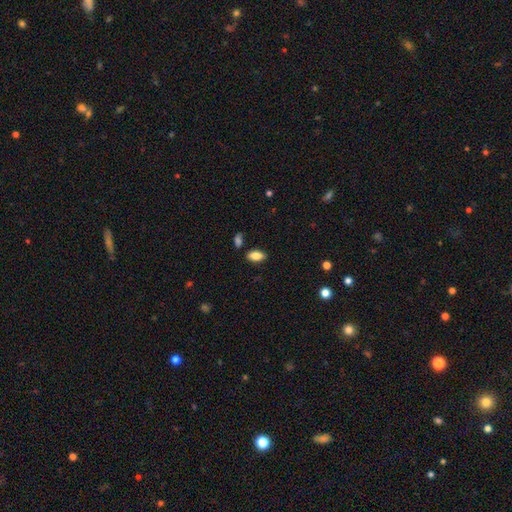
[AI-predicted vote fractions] Smooth or featured? smooth (84%)
How rounded? in between (92%)
Merging? none (83%)